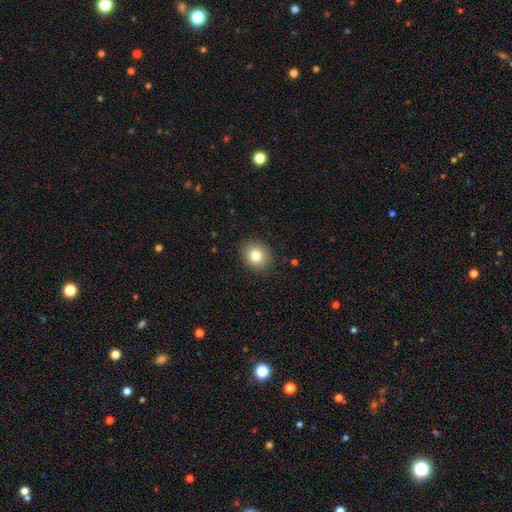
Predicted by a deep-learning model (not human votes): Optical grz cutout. It shows a smooth galaxy with no disk features (81%) that is round (70%). Merging: none (88%).